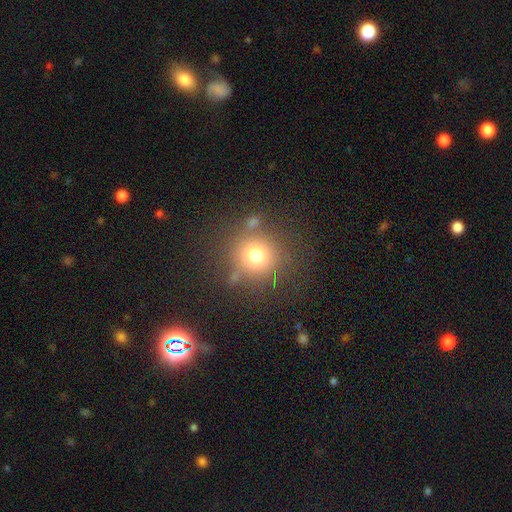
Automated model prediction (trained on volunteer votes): smooth_or_featured: smooth (p=0.74) [alt: star or artifact p=0.15]
how_rounded: round (p=0.92) [alt: in between p=0.07]
merging: none (p=0.76) [alt: minor disturbance p=0.11]